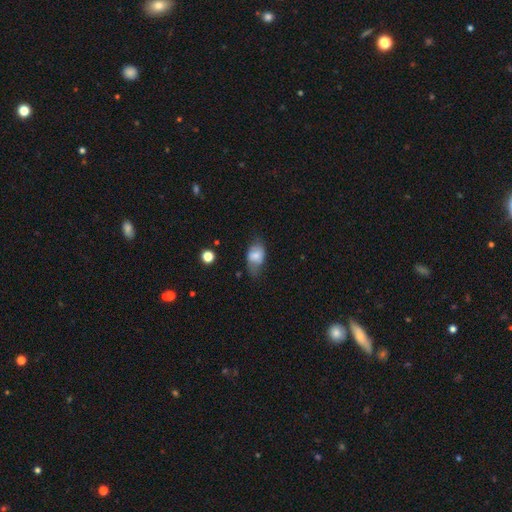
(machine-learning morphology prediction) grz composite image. It shows a smooth galaxy with no disk features (66%) that is in between round and cigar-shaped (83%). Merging: none (56%).